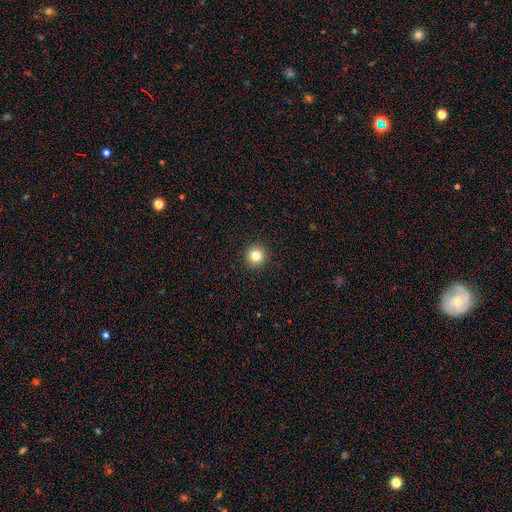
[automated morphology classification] smooth-or-featured: smooth: 82% | star or artifact: 12% | featured or disk: 7%
  how-rounded: round: 94% | in between: 5% | cigar-shaped: 1%
  merging: none: 93% | minor disturbance: 5% | major disturbance: 2% | merger: 1%